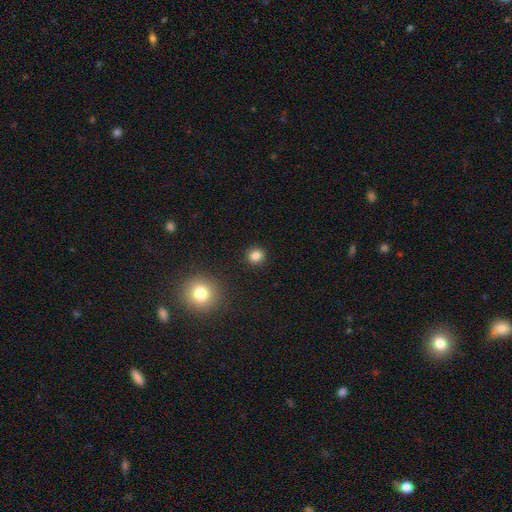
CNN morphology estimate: Smooth or featured? smooth (82%)
How rounded? round (90%)
Merging? none (91%)